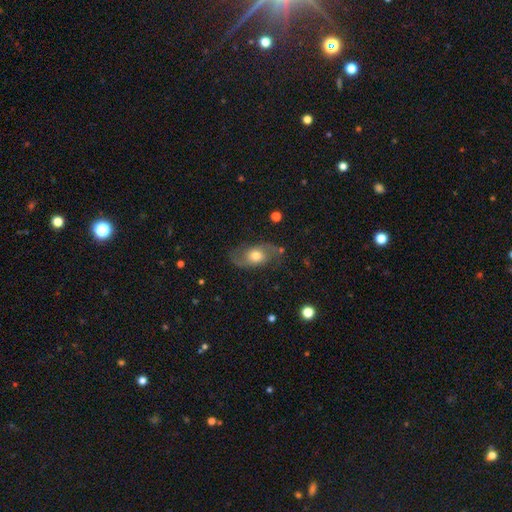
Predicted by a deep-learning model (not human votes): A featured or disk galaxy (68%) with no bar (73%), 2 (91%) loose (53%) spiral arms (87%) and a moderate central bulge (65%). Merging: none (72%).